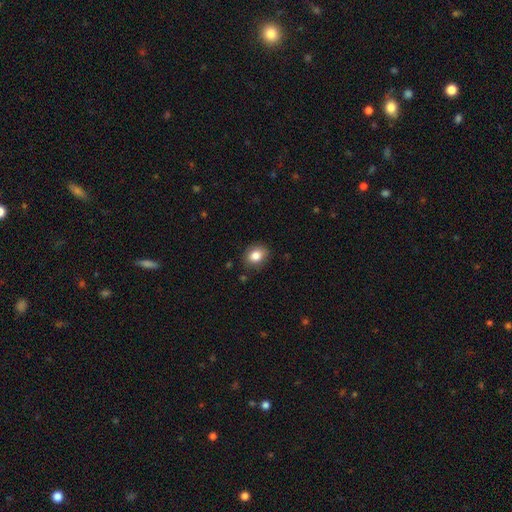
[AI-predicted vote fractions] A smooth galaxy with no disk features (84%) that is round (51%). Merging: none (85%).